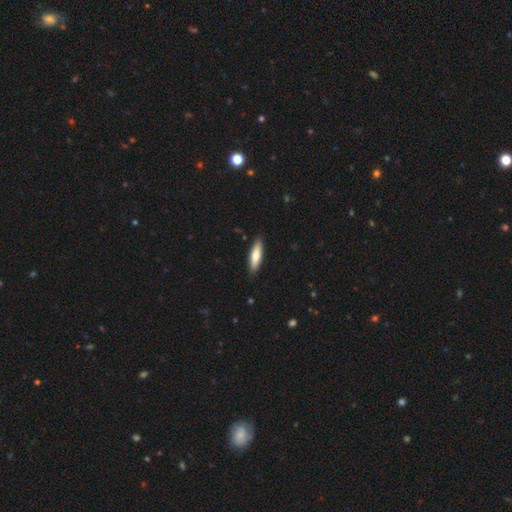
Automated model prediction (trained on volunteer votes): Smooth or featured? Predicted: smooth (p=0.75). How rounded? Predicted: cigar-shaped (p=0.67). Merging? Predicted: none (p=0.89).